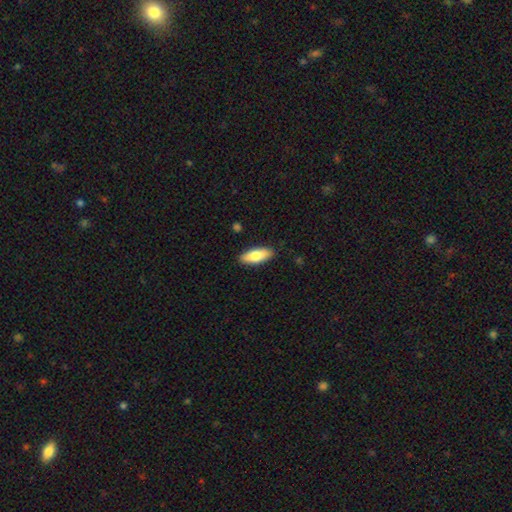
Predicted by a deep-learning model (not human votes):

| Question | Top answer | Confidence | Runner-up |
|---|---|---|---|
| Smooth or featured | smooth | 79% | featured or disk (16%) |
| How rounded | in between | 74% | cigar-shaped (24%) |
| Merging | none | 89% | minor disturbance (8%) |